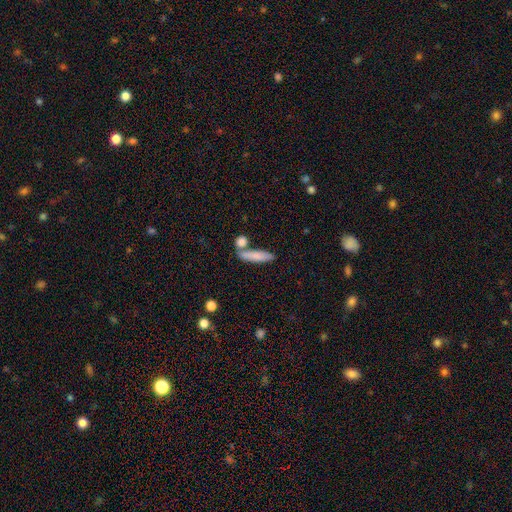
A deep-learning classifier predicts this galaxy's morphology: Smooth or featured? smooth (79%)
How rounded? cigar-shaped (71%)
Merging? none (63%)